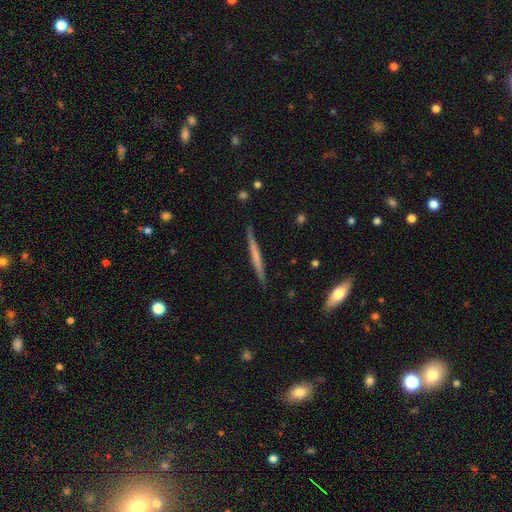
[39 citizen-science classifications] Smooth or featured? featured or disk (51%)
Edge-on disk? yes (100%)
Edge-on bulge? none (85%)
Merging? none (95%)